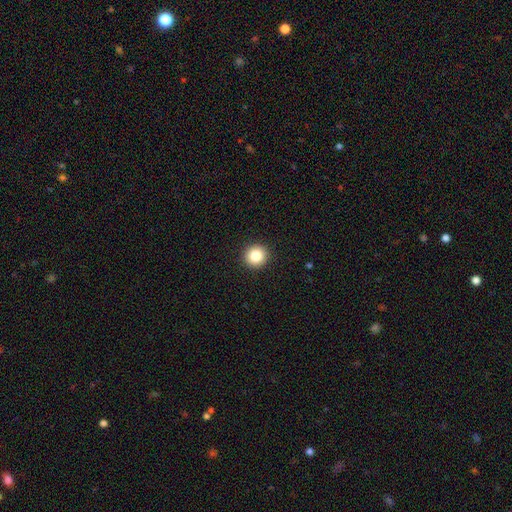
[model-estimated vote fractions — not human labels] Q: Smooth or featured?
A: smooth (84%); runner-up: star or artifact (10%)
Q: How rounded?
A: round (93%); runner-up: in between (6%)
Q: Merging?
A: none (93%); runner-up: minor disturbance (4%)